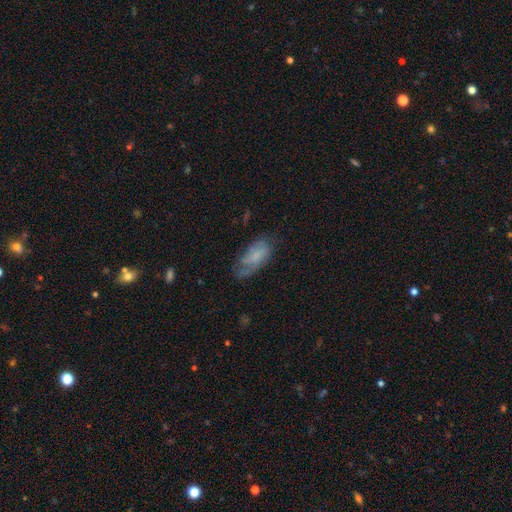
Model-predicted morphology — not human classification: Smooth or featured? smooth (53%)
How rounded? in between (87%)
Merging? none (51%)